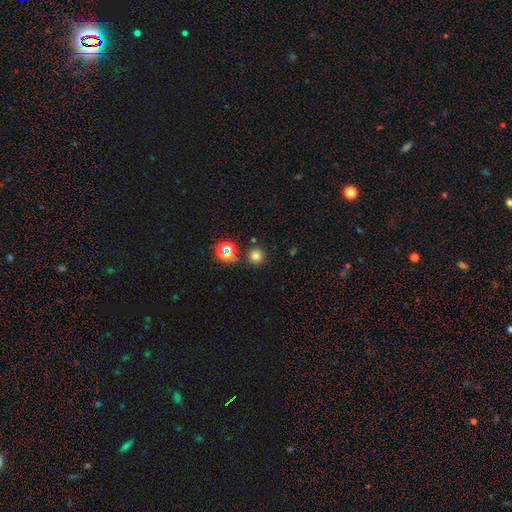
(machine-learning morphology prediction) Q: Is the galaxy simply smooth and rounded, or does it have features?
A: smooth — 74%.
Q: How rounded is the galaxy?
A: round — 94%.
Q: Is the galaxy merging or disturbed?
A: none — 85%.